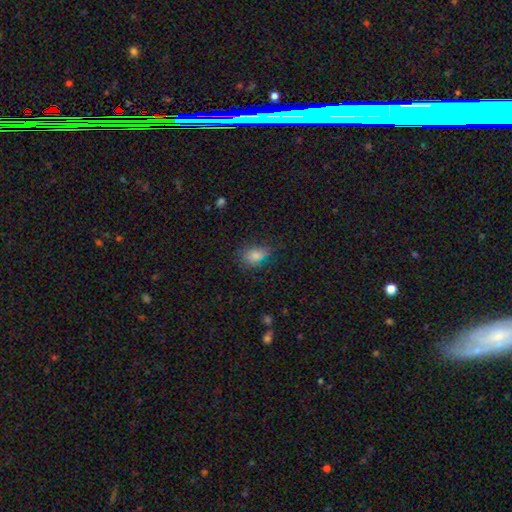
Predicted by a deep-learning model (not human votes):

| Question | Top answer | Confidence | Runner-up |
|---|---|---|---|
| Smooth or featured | smooth | 79% | star or artifact (13%) |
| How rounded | in between | 76% | round (20%) |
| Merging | none | 66% | minor disturbance (25%) |